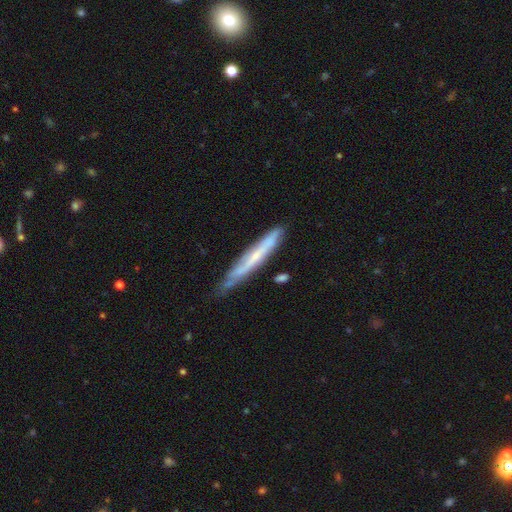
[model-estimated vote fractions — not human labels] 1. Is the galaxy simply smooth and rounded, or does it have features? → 56% featured or disk, 37% smooth, 6% star or artifact.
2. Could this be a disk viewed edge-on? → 79% yes, 21% no.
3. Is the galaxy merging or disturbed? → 65% none, 27% minor disturbance, 5% major disturbance, 3% merger.